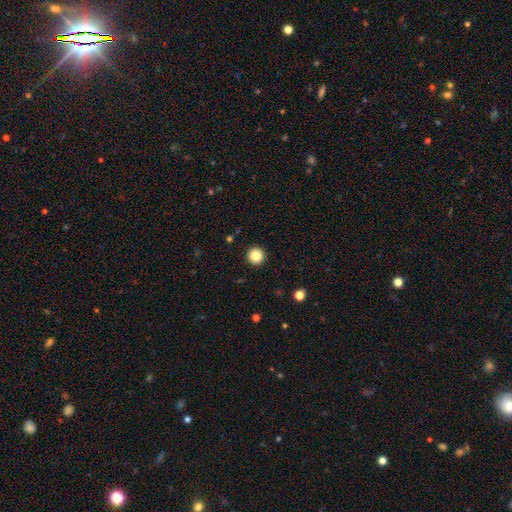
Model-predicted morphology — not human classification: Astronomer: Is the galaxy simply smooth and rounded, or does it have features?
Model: smooth — 85%.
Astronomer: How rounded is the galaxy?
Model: round — 96%.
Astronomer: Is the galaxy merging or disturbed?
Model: none — 93%.